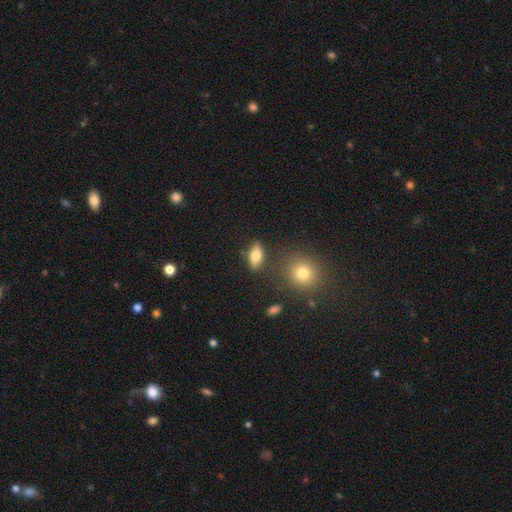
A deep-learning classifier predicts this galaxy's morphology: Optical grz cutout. It shows a smooth galaxy with no disk features (79%) that is in between round and cigar-shaped (84%). Merging: none (80%).